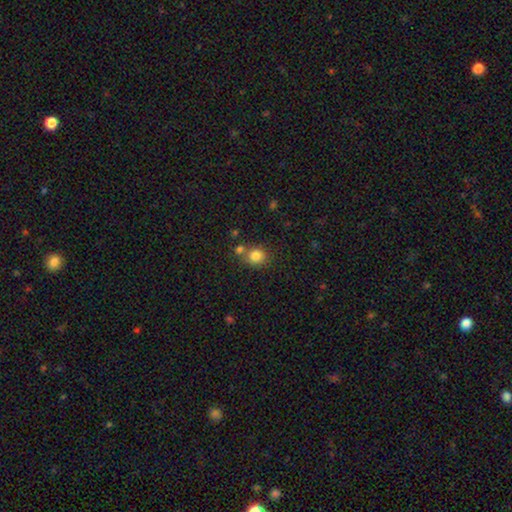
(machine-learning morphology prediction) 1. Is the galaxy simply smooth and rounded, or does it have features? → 83% smooth, 11% star or artifact, 6% featured or disk.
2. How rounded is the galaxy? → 82% round, 17% in between, 1% cigar-shaped.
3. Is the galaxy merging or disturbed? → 65% none, 22% merger, 10% minor disturbance, 3% major disturbance.